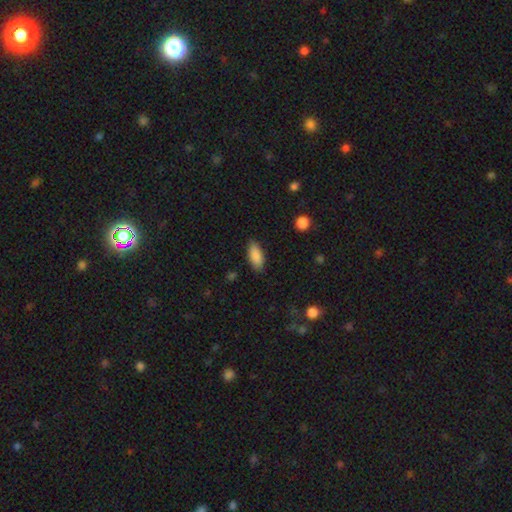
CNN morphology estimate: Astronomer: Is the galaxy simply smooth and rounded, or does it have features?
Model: smooth — 89%.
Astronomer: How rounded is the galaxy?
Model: in between — 86%.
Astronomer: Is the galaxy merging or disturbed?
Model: none — 86%.